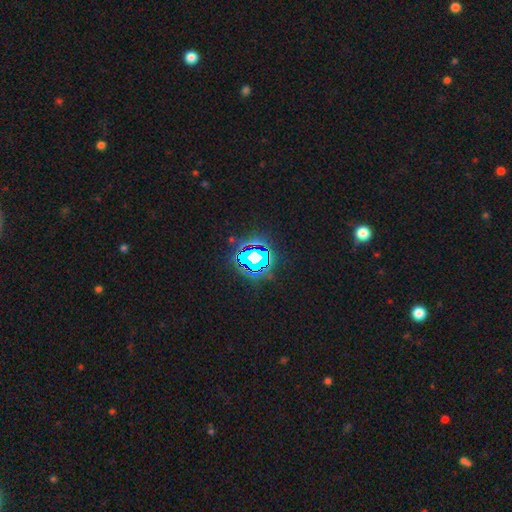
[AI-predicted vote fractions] Q: Smooth or featured?
A: star or artifact (72%); runner-up: smooth (15%)